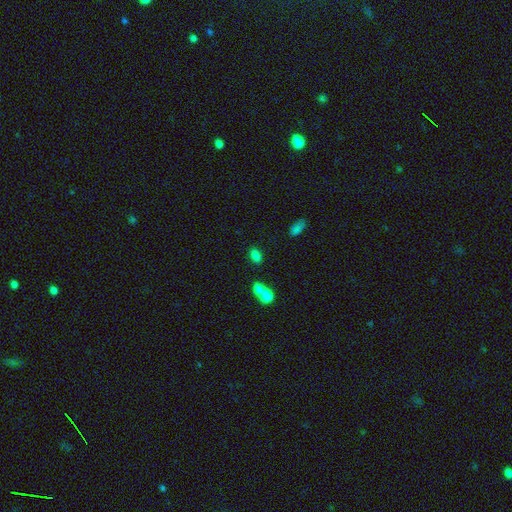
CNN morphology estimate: smooth 80%, star or artifact 12%, featured or disk 8%. Down the decision tree: how rounded — in between (85%); merging — none (63%).